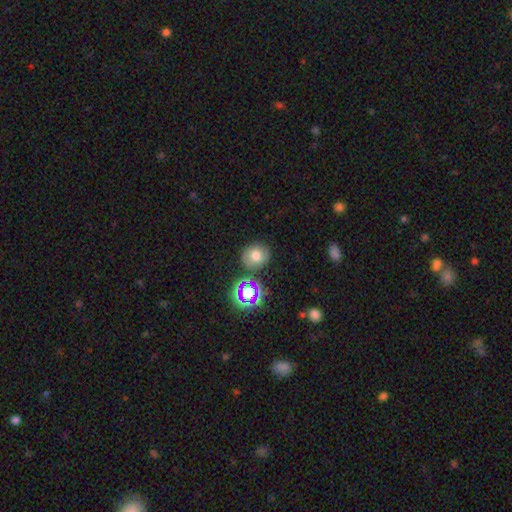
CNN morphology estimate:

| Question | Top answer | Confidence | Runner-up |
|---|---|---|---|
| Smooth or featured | smooth | 67% | star or artifact (19%) |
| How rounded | round | 74% | in between (25%) |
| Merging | none | 77% | minor disturbance (12%) |